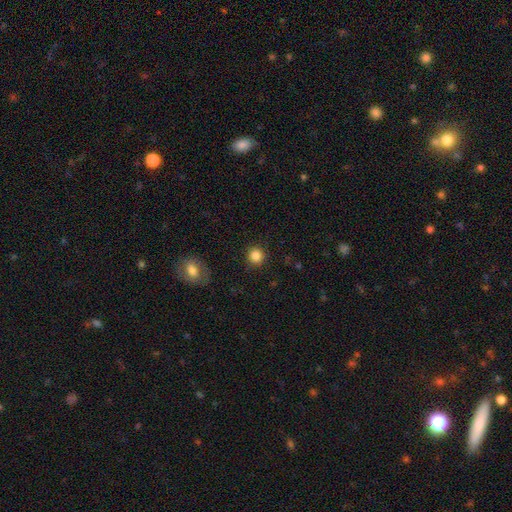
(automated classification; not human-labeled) The model was most divided on "smooth or featured": smooth: 85%, star or artifact: 10%, featured or disk: 4%. More confident: how rounded — round (93%); merging — none (90%).